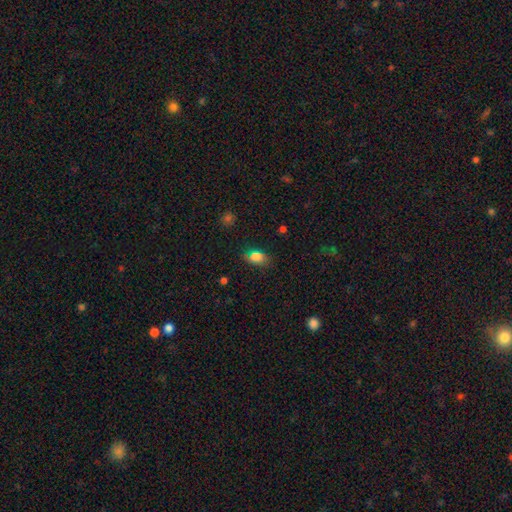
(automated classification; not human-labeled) smooth_or_featured: smooth (p=0.77) [alt: star or artifact p=0.16]
how_rounded: in between (p=0.88) [alt: round p=0.09]
merging: none (p=0.77) [alt: minor disturbance p=0.16]